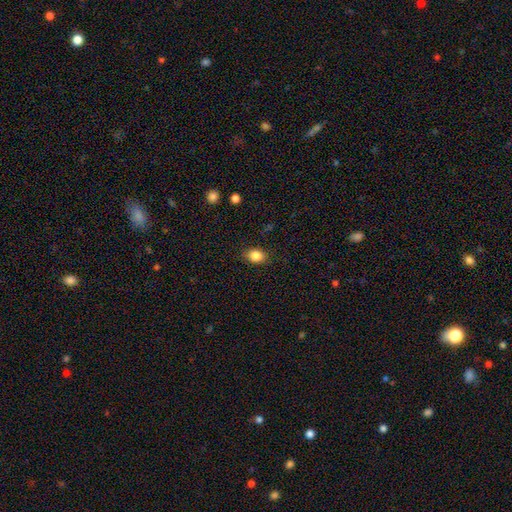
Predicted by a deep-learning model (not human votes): smooth 85%, star or artifact 10%, featured or disk 6%. Down the decision tree: how rounded — in between (61%); merging — none (85%).